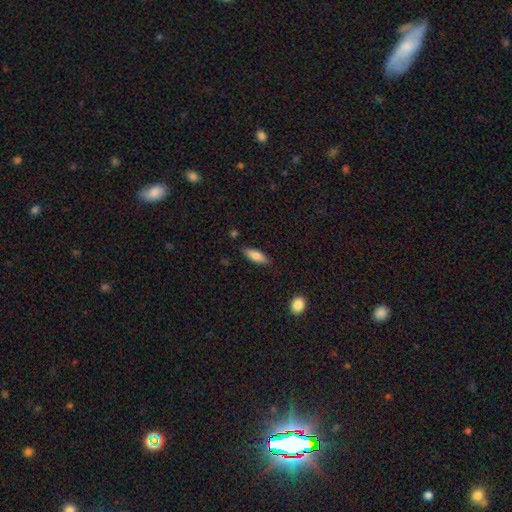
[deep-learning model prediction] The model was most divided on "how rounded": in between: 62%, cigar-shaped: 36%, round: 2%. More confident: merging — none (81%); smooth or featured — smooth (75%).